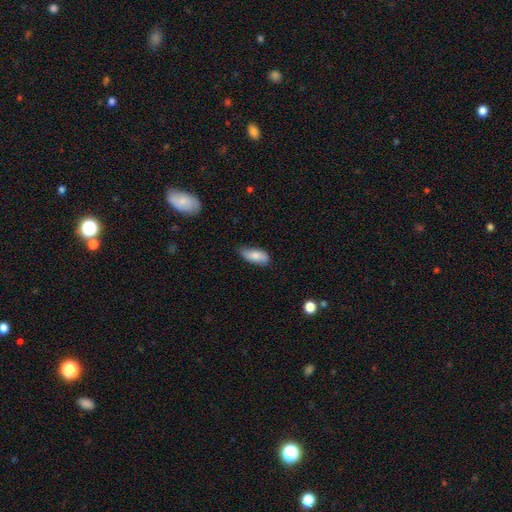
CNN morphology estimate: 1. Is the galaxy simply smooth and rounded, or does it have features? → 77% smooth, 17% featured or disk, 6% star or artifact.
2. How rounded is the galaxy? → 86% in between, 11% cigar-shaped, 3% round.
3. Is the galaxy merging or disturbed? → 62% none, 32% minor disturbance, 5% major disturbance, 2% merger.